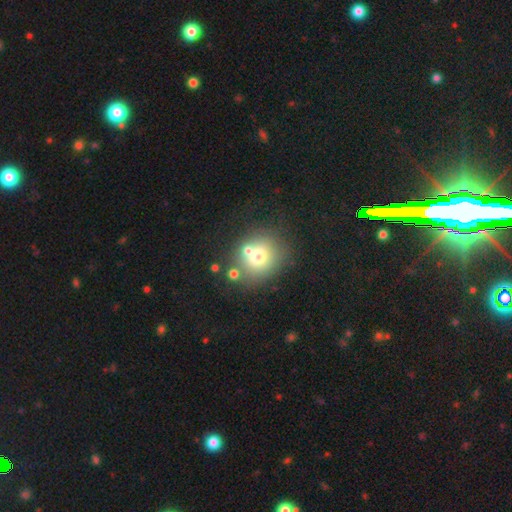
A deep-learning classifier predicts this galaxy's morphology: Q: Smooth or featured?
A: smooth (66%); runner-up: featured or disk (20%)
Q: How rounded?
A: round (79%); runner-up: in between (20%)
Q: Merging?
A: none (60%); runner-up: merger (23%)